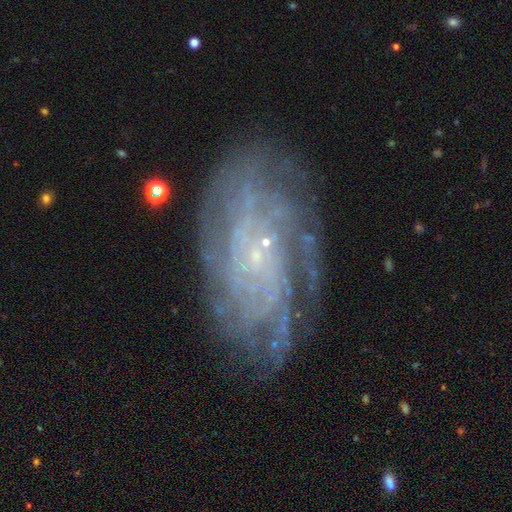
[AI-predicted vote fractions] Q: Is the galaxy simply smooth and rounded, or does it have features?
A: featured or disk — 85%.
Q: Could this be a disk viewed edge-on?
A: no — 95%.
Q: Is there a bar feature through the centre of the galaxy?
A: no — 69%.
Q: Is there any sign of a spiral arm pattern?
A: yes — 95%.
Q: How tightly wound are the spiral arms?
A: tight — 70%.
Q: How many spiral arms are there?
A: can't tell — 34%.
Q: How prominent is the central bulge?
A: small — 85%.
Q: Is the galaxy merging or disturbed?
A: none — 76%.